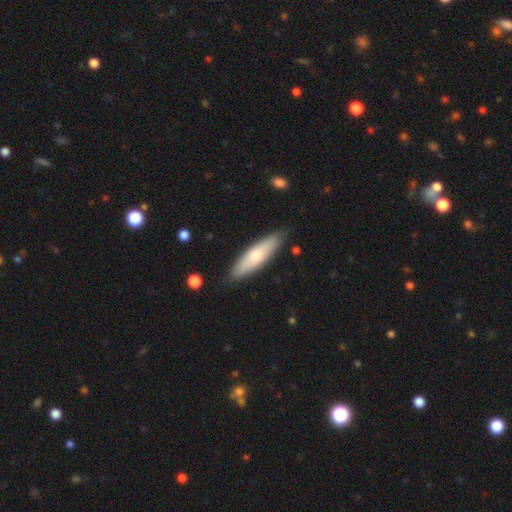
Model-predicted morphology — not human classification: Smooth or featured: smooth — 68% (featured or disk — 27%)
How rounded: cigar-shaped — 65% (in between — 33%)
Merging: none — 85% (minor disturbance — 12%)